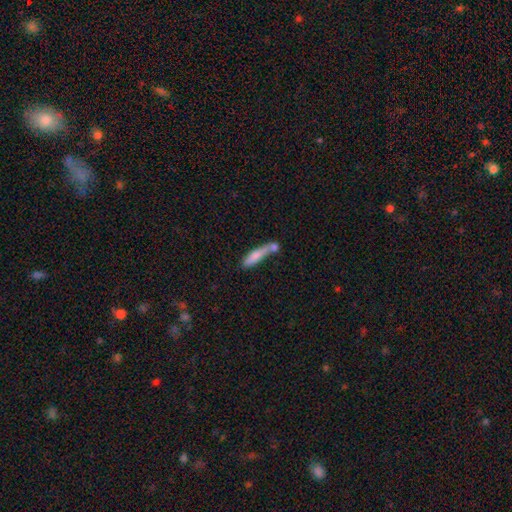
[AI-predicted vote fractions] smooth_or_featured: smooth (p=0.72) [alt: featured or disk p=0.21]
how_rounded: cigar-shaped (p=0.77) [alt: in between p=0.21]
merging: merger (p=0.42) [alt: none p=0.34]